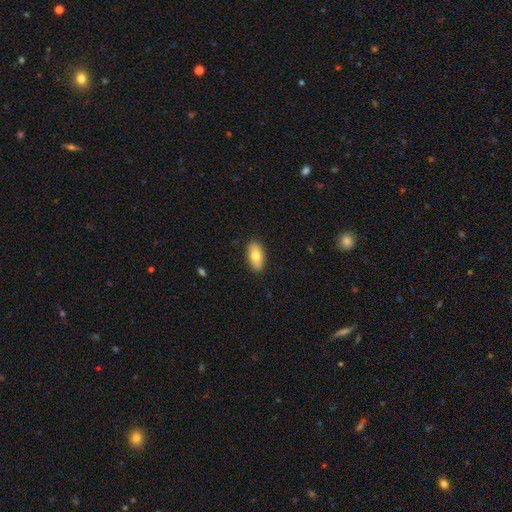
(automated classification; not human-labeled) Smooth or featured?
  - smooth: 76% *
  - featured or disk: 17%
  - star or artifact: 7%
How rounded?
  - in between: 91% *
  - cigar-shaped: 5%
  - round: 4%
Merging?
  - none: 88% *
  - minor disturbance: 9%
  - major disturbance: 2%
  - merger: 1%